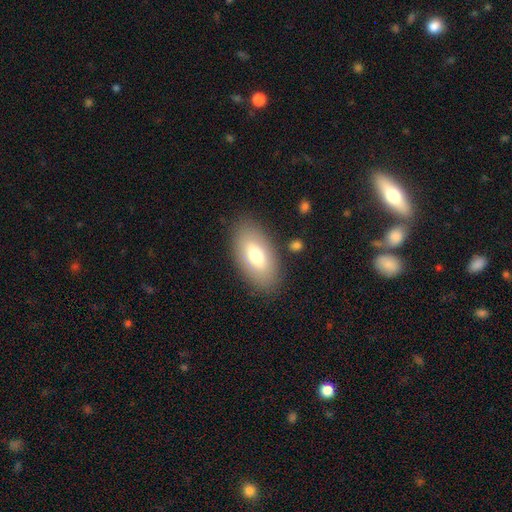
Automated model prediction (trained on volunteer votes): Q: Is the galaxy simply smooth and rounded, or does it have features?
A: smooth — 69%.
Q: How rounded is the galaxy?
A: in between — 92%.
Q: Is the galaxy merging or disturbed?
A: none — 84%.